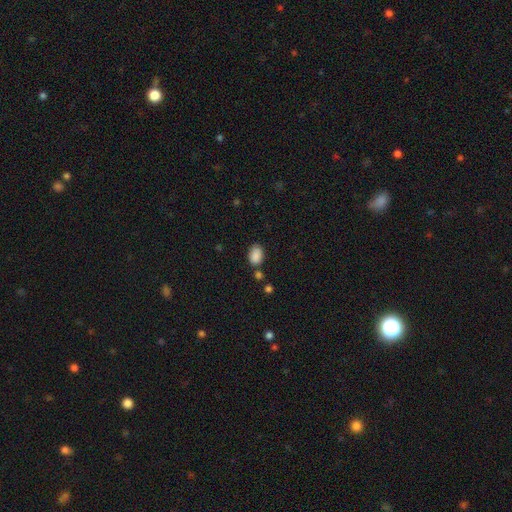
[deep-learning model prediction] Morphology: type=smooth (88%); roundness=in between (84%); merging=none (72%).